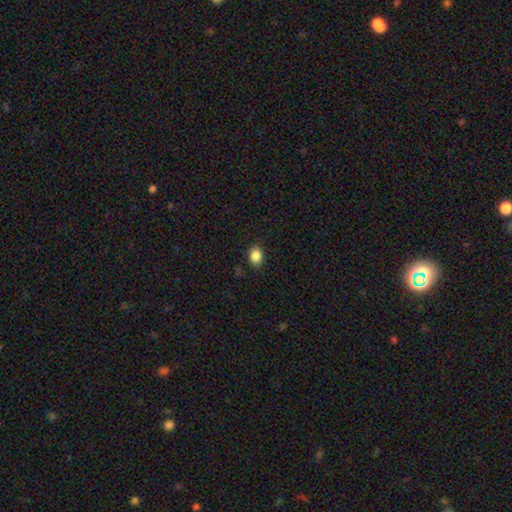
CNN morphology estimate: Smooth or featured? smooth (86%)
How rounded? in between (63%)
Merging? none (86%)